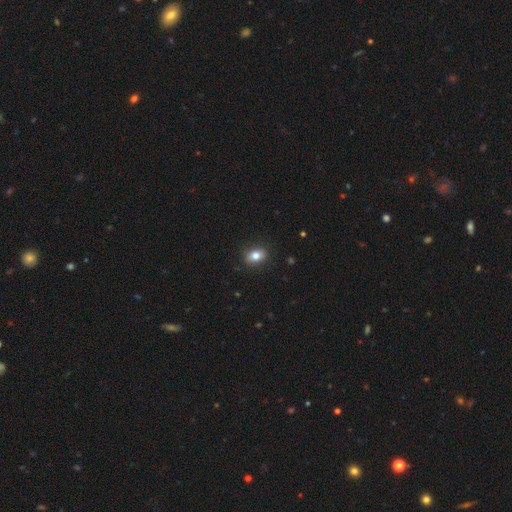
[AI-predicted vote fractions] This is clearly a smooth galaxy (81%). How rounded: likely in between (72%). Merging: clearly none (88%).